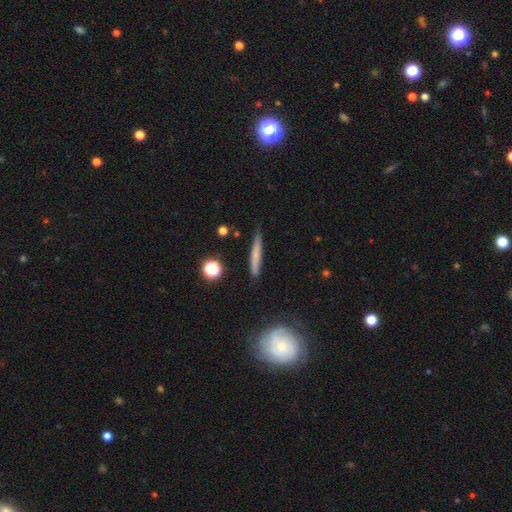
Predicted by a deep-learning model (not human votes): Smooth or featured: smooth — 59% (featured or disk — 33%)
How rounded: cigar-shaped — 93% (in between — 5%)
Merging: none — 81% (minor disturbance — 14%)